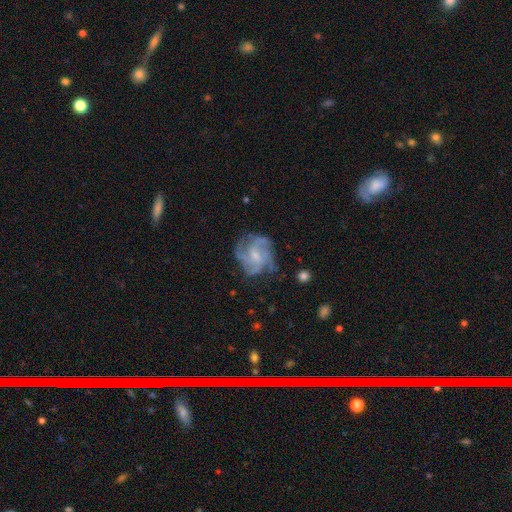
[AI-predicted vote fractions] featured or disk 81%, smooth 12%, star or artifact 7%. Down the decision tree: edge-on disk — no (98%); bar — no (53%); spiral arms — yes (94%); spiral arm count — 3 (31%, tied with 4); spiral winding — medium (49%); bulge size — small (54%); merging — none (67%).